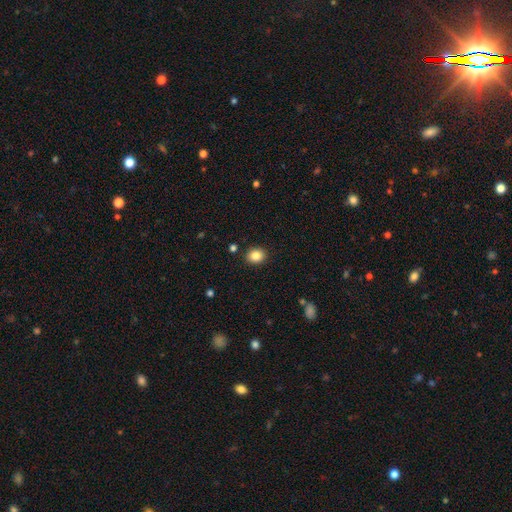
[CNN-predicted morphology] smooth 85%, star or artifact 10%, featured or disk 5%. Down the decision tree: how rounded — round (60%); merging — none (89%).